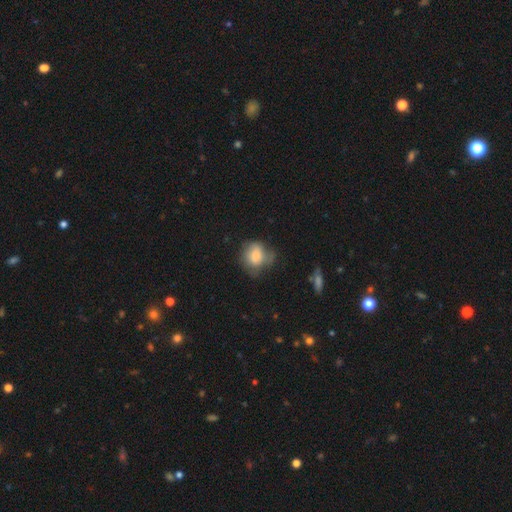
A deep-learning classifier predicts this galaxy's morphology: This is likely a smooth galaxy (76%). How rounded: likely round (66%). Merging: marginally none (43%).